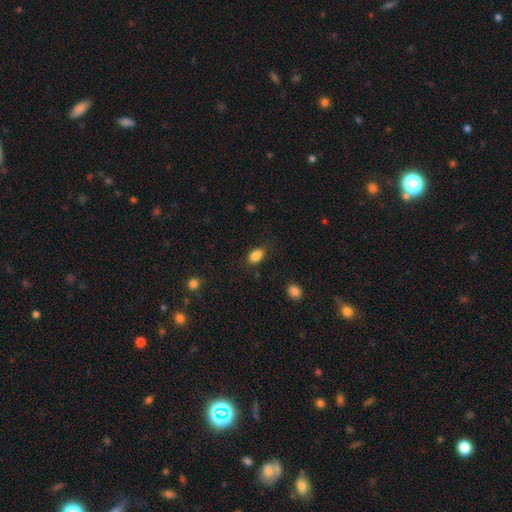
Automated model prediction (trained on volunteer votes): Overall: smooth (87%). How rounded: in between (87%). Merging: none (80%).